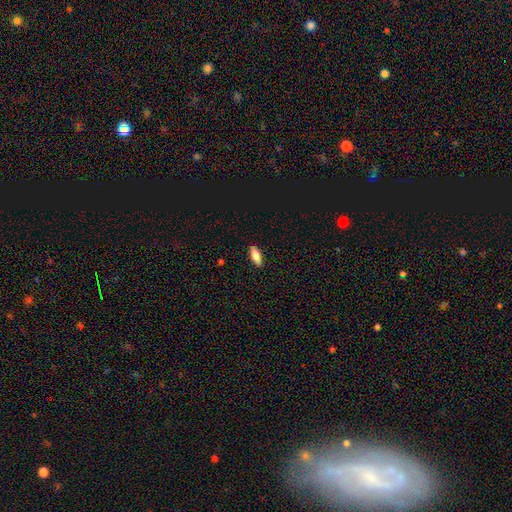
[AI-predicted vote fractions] smooth 72%, featured or disk 21%, star or artifact 7%. Down the decision tree: how rounded — in between (70%); merging — none (90%).